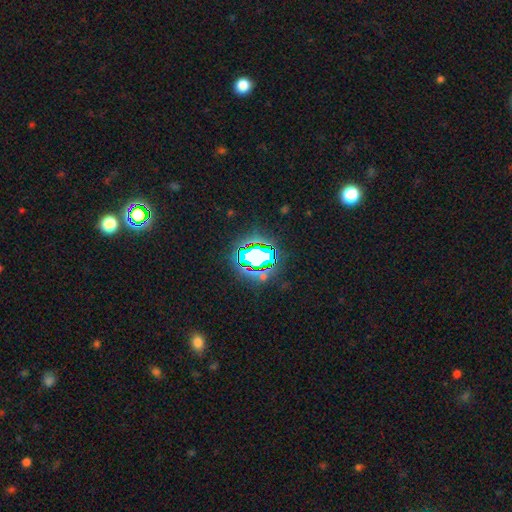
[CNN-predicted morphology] type=star or artifact (67%).